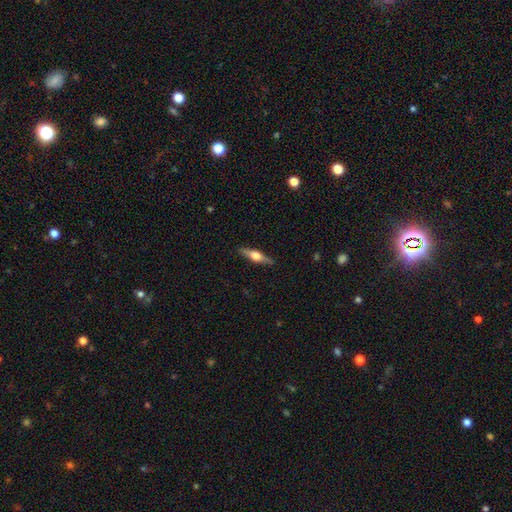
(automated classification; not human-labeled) Smooth or featured? featured or disk (65%)
Edge-on disk? yes (97%)
Edge-on bulge? rounded (94%)
Merging? none (90%)